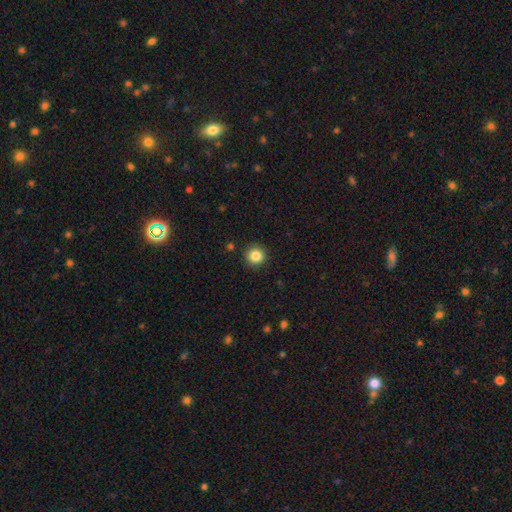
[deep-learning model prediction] The model was most divided on "smooth or featured": smooth: 85%, star or artifact: 11%, featured or disk: 4%. More confident: how rounded — round (94%); merging — none (91%).